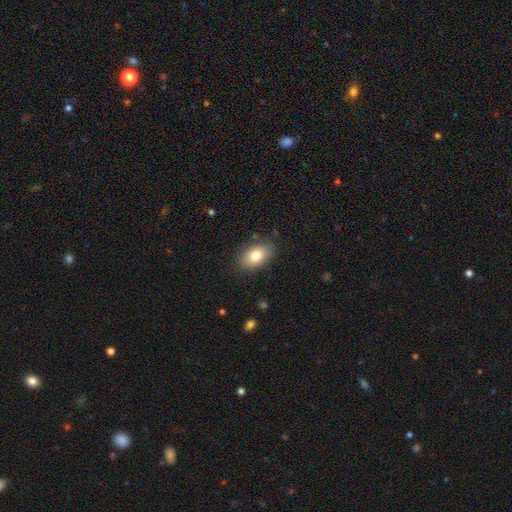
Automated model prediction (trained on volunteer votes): smooth_or_featured: smooth (p=0.79) [alt: featured or disk p=0.14]
how_rounded: in between (p=0.90) [alt: round p=0.08]
merging: none (p=0.84) [alt: minor disturbance p=0.11]